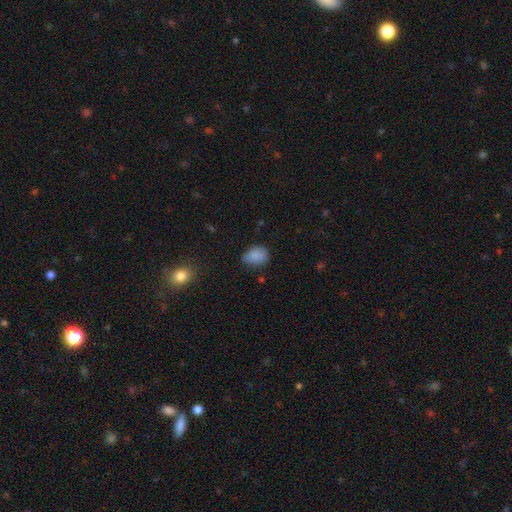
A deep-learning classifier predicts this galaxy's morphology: Q: Smooth or featured?
A: smooth (83%); runner-up: star or artifact (10%)
Q: How rounded?
A: in between (72%); runner-up: round (26%)
Q: Merging?
A: none (57%); runner-up: minor disturbance (33%)